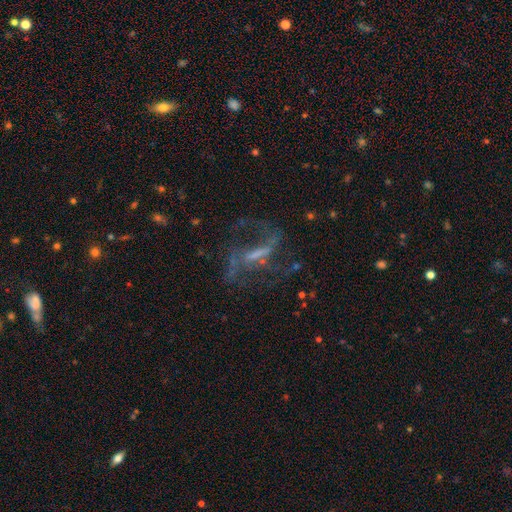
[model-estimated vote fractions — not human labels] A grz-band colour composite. It shows a featured or disk galaxy (74%) with a weak bar (42%), 2 (70%) loose (62%) spiral arms (88%) and a small central bulge (45%). Merging: none (64%).